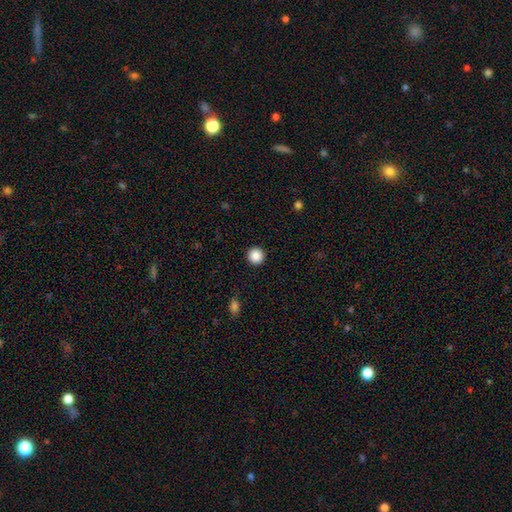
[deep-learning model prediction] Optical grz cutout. It shows a smooth galaxy with no disk features (88%) that is round (96%). Merging: none (93%).